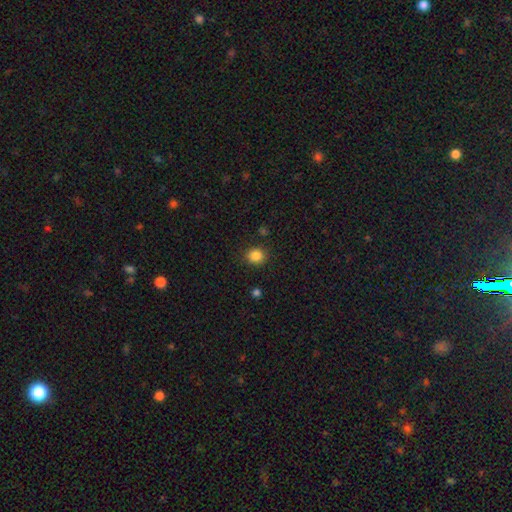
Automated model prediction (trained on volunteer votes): Smooth or featured? Predicted: smooth (p=0.85). How rounded? Predicted: round (p=0.82). Merging? Predicted: none (p=0.88).